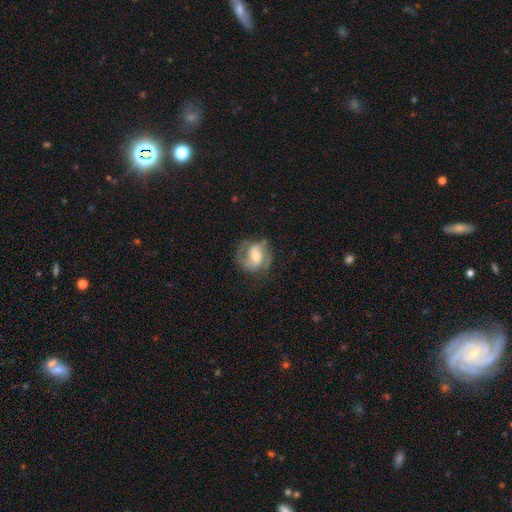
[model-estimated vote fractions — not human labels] smooth_or_featured: featured or disk (p=0.63) [alt: smooth p=0.30]
disk_edge_on: no (p=0.96) [alt: yes p=0.04]
bar: weak (p=0.42) [alt: no p=0.34]
has_spiral_arms: yes (p=0.80) [alt: no p=0.20]
bulge_size: moderate (p=0.58) [alt: small p=0.31]
merging: none (p=0.59) [alt: minor disturbance p=0.22]